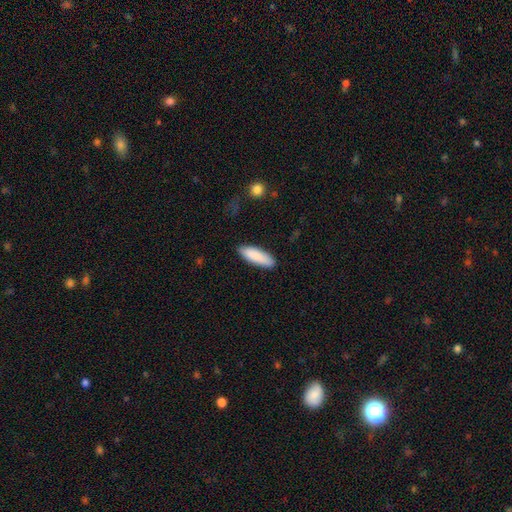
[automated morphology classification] Smooth or featured? Predicted: smooth (p=0.88). How rounded? Predicted: in between (p=0.55). Merging? Predicted: none (p=0.87).